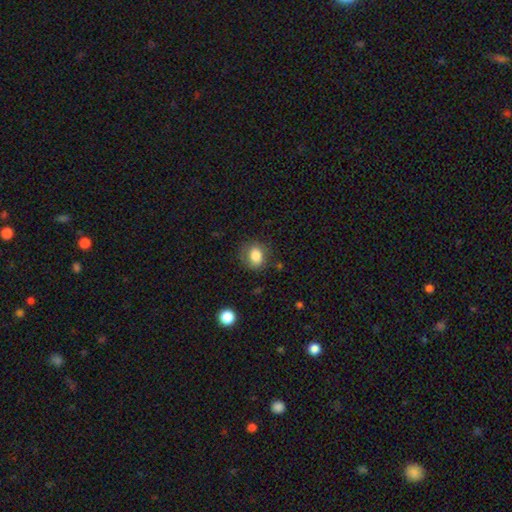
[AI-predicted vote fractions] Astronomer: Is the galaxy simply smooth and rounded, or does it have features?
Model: smooth — 82%.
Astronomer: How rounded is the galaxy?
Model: round — 53% (runner-up: in between, 46%).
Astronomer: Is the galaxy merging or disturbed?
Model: none — 72%.